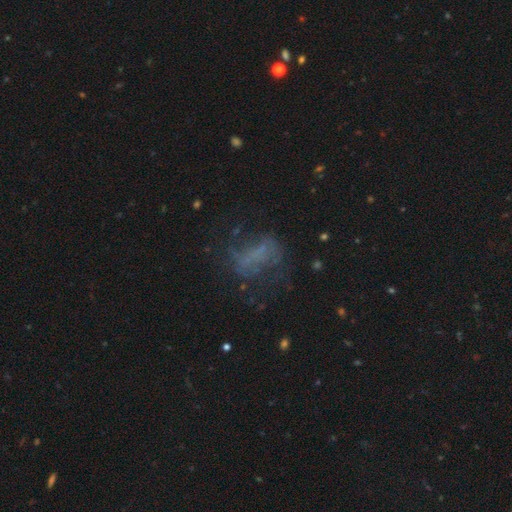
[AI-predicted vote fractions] The model was most divided on "smooth or featured": featured or disk: 39%, smooth: 35%, star or artifact: 26%. Remaining: merging — none (47%).